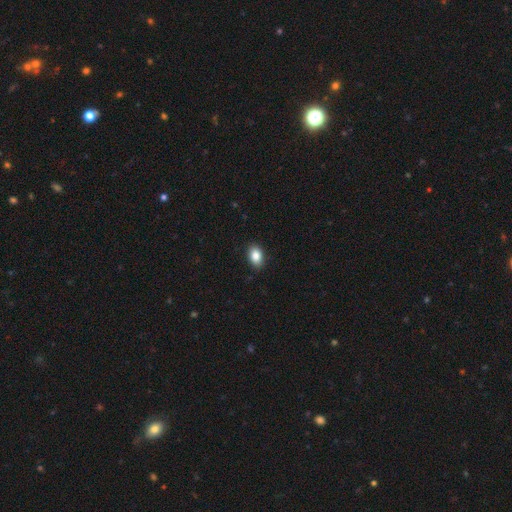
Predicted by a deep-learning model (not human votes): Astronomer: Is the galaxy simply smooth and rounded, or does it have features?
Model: smooth — 86%.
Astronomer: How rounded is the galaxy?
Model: in between — 85%.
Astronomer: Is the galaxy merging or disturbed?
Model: none — 87%.